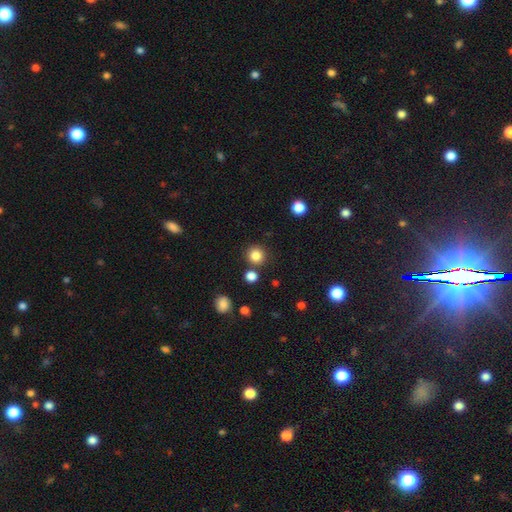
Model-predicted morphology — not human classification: Overall: smooth (84%). How rounded: round (93%). Merging: none (84%).